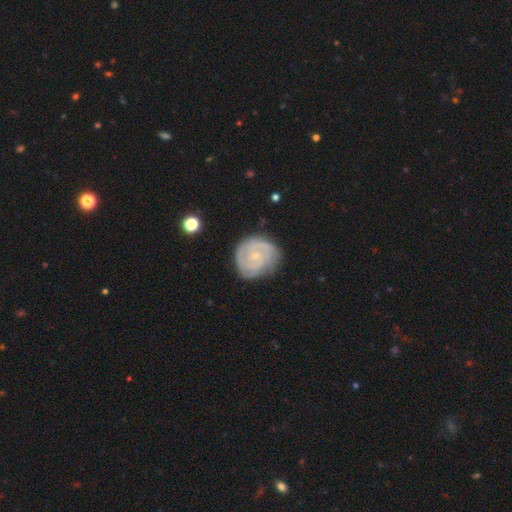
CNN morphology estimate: Smooth or featured?
  - featured or disk: 82% *
  - smooth: 12%
  - star or artifact: 5%
Edge-on disk?
  - no: 98% *
  - yes: 2%
Bar?
  - no: 69% *
  - weak: 26%
  - strong: 5%
Spiral arms?
  - yes: 95% *
  - no: 5%
Spiral winding?
  - tight: 72% *
  - medium: 23%
  - loose: 5%
Spiral arm count?
  - 2: 41% *
  - 3: 22%
  - can't tell: 22%
  - 4: 6%
  - 1: 5%
  - more than 4: 4%
Bulge size?
  - small: 81% *
  - moderate: 14%
  - none: 3%
  - large: 1%
  - dominant: 1%
Merging?
  - none: 75% *
  - minor disturbance: 18%
  - major disturbance: 5%
  - merger: 2%